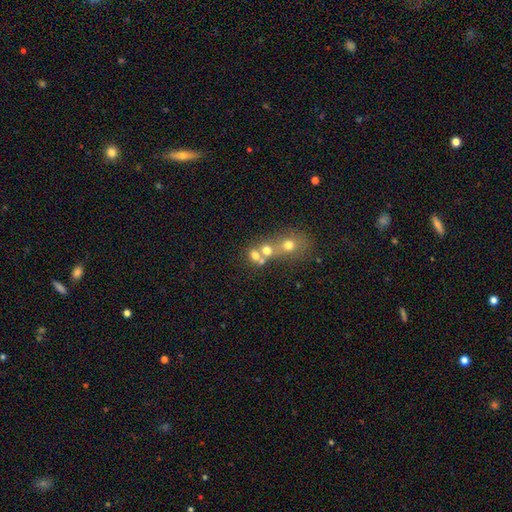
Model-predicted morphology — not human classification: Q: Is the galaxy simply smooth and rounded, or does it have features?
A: smooth — 62%.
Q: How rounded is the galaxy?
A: round — 69%.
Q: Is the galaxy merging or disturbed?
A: merger — 56%.